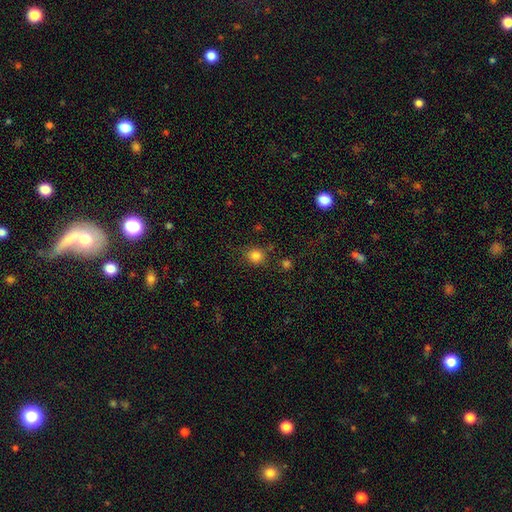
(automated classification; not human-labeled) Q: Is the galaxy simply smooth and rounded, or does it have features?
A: smooth — 83%.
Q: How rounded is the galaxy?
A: round — 83%.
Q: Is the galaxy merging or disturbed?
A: none — 79%.